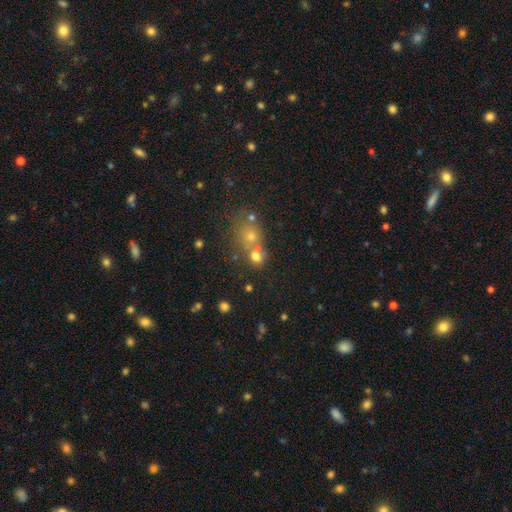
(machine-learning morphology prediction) smooth_or_featured: smooth (p=0.66) [alt: star or artifact p=0.20]
how_rounded: round (p=0.76) [alt: in between p=0.23]
merging: merger (p=0.45) [alt: none p=0.43]